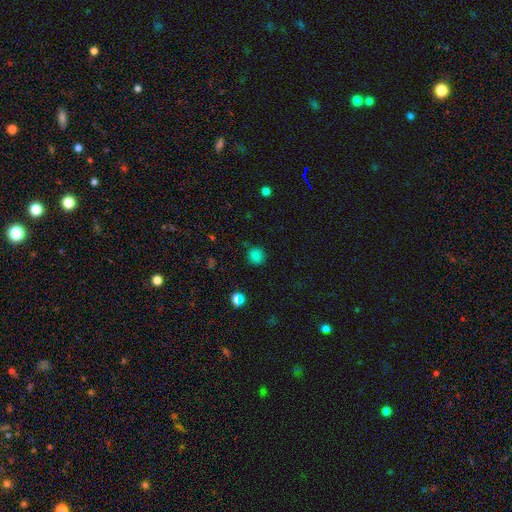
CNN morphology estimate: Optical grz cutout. It shows a smooth galaxy with no disk features (80%) that is round (90%). Merging: none (84%).